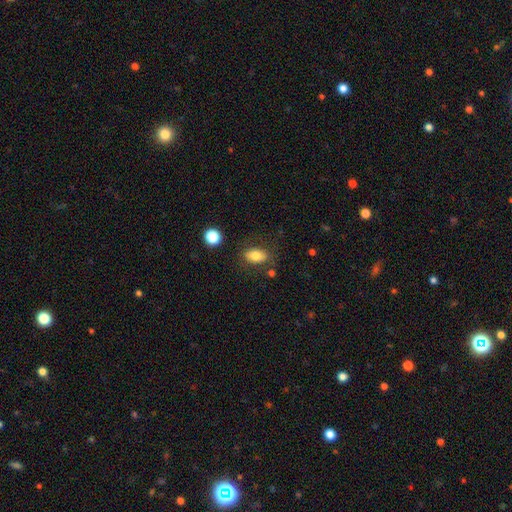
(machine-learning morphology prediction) smooth-or-featured: smooth: 79% | featured or disk: 13% | star or artifact: 9%
  how-rounded: in between: 87% | round: 11% | cigar-shaped: 3%
  merging: none: 78% | minor disturbance: 13% | major disturbance: 5% | merger: 4%